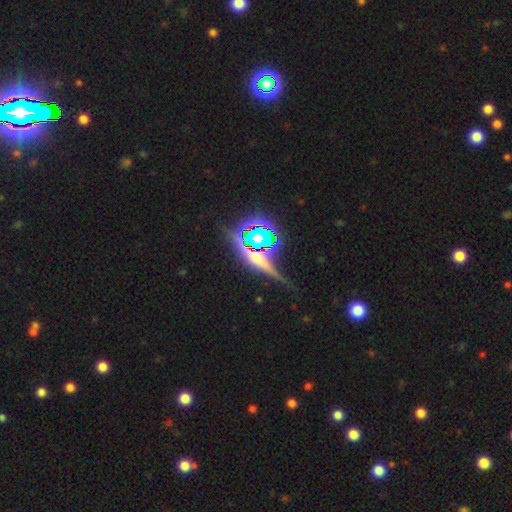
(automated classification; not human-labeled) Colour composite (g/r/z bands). It shows a star or artifact, not a galaxy (45%).